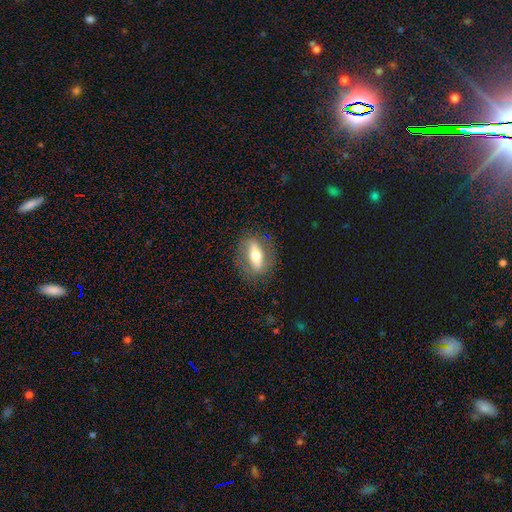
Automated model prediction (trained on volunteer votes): Smooth or featured?
  - smooth: 50% *
  - featured or disk: 43%
  - star or artifact: 7%
How rounded?
  - in between: 71% *
  - cigar-shaped: 21%
  - round: 8%
Merging?
  - none: 80% *
  - minor disturbance: 13%
  - major disturbance: 6%
  - merger: 1%